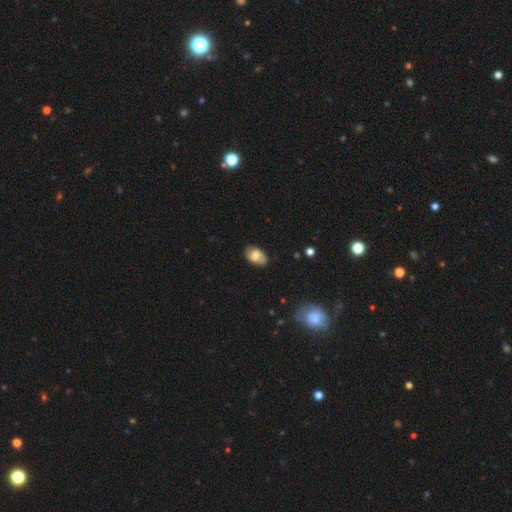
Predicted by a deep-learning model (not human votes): smooth-or-featured: smooth: 60% | featured or disk: 32% | star or artifact: 8%
  how-rounded: in between: 89% | round: 9% | cigar-shaped: 2%
  merging: none: 78% | minor disturbance: 17% | major disturbance: 3% | merger: 1%